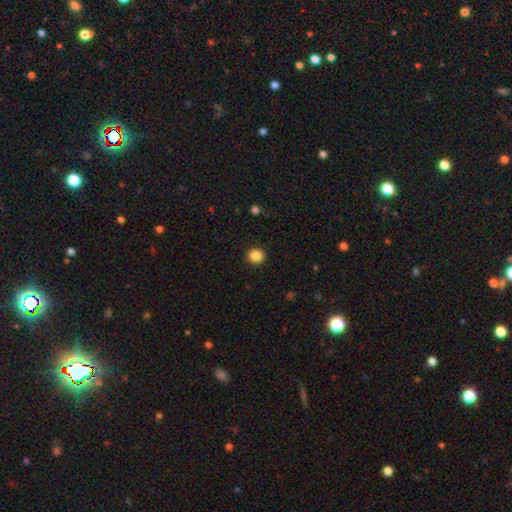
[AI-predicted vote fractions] This is clearly a smooth galaxy (87%). How rounded: clearly round (92%). Merging: clearly none (92%).